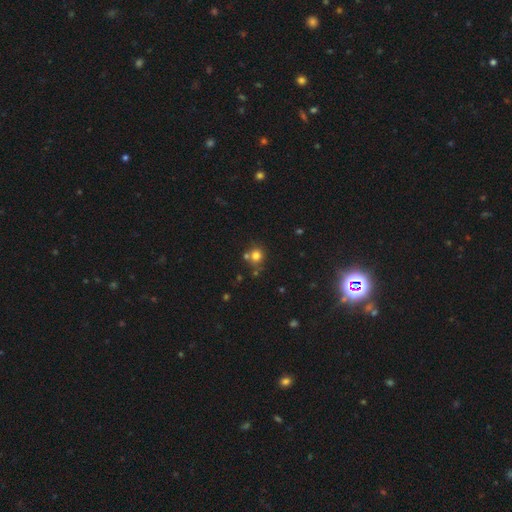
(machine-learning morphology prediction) Overall: smooth (76%). How rounded: round (86%). Merging: none (64%).